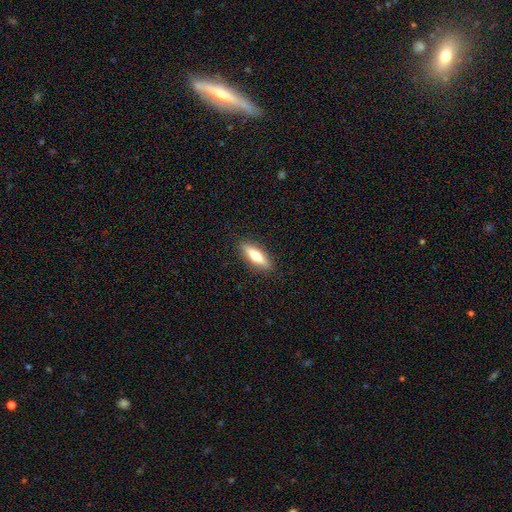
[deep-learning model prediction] Overall: smooth (56%; featured or disk 37%). How rounded: cigar-shaped (54%; in between 43%). Merging: none (89%).